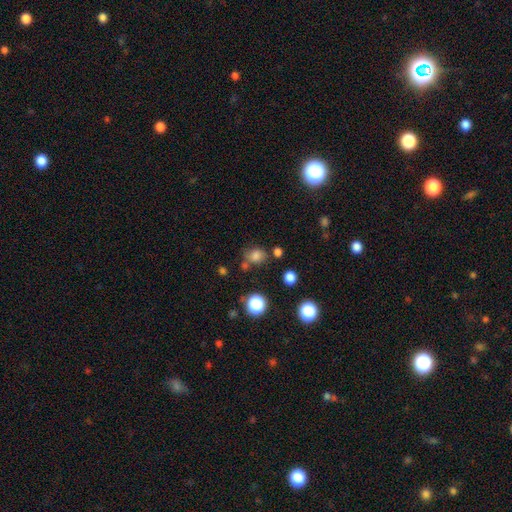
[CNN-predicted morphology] Smooth or featured: smooth — 76% (star or artifact — 17%)
How rounded: round — 64% (in between — 35%)
Merging: none — 65% (minor disturbance — 17%)